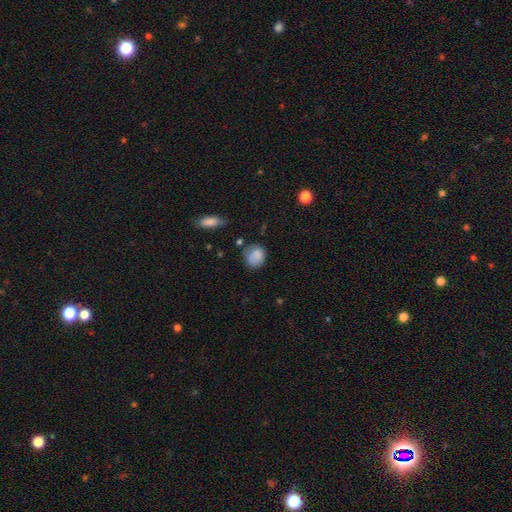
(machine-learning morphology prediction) type=smooth (82%); roundness=round (66%); merging=none (60%).